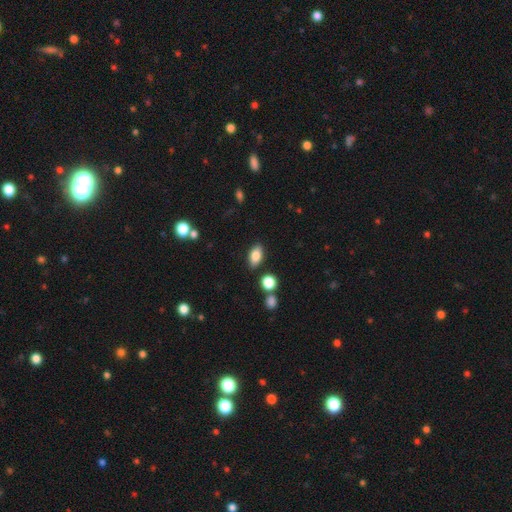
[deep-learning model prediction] This is clearly a smooth galaxy (81%). How rounded: clearly in between (87%). Merging: clearly none (84%).